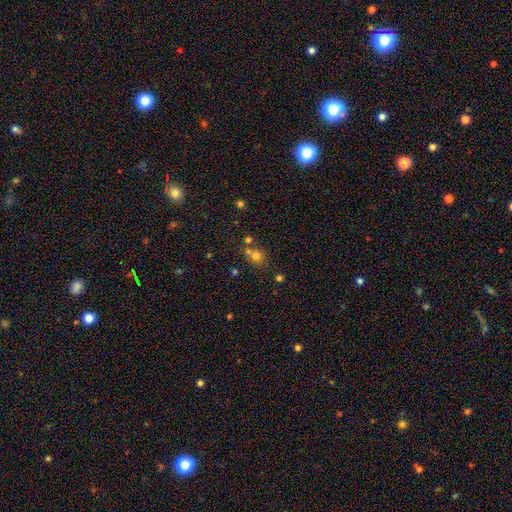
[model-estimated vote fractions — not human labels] Morphology: type=smooth (71%); roundness=round (69%); merging=none (54%).